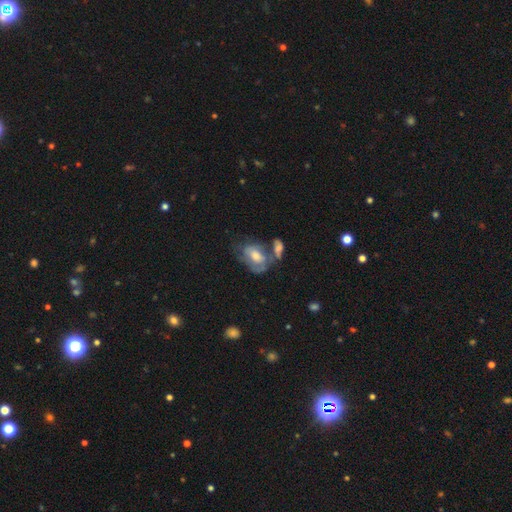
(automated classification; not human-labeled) The model was most divided on "merging" (2-way tie): none: 32%, merger: 32%, minor disturbance: 20%, major disturbance: 16%. More confident: edge-on disk — no (93%); smooth or featured — featured or disk (52%).